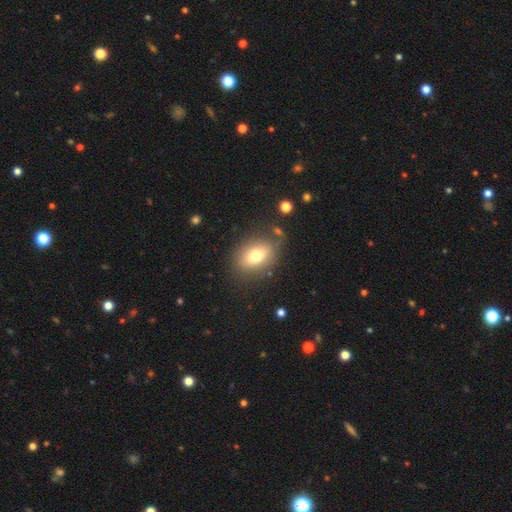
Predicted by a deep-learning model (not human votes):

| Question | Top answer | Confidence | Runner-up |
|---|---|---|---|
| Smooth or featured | smooth | 73% | featured or disk (17%) |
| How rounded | in between | 75% | round (22%) |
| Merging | none | 74% | minor disturbance (15%) |